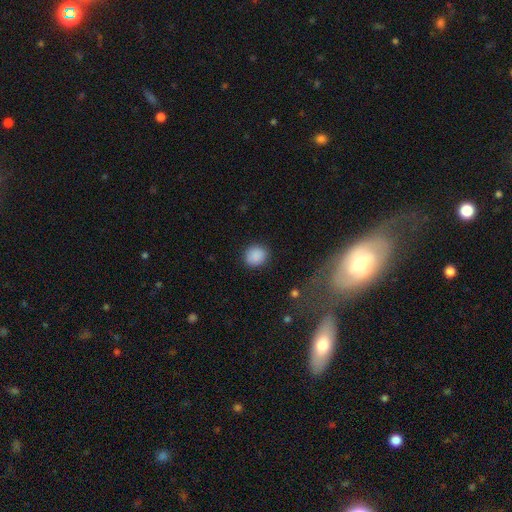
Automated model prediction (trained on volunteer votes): smooth_or_featured: smooth (p=0.88) [alt: star or artifact p=0.08]
how_rounded: round (p=0.78) [alt: in between p=0.21]
merging: none (p=0.86) [alt: minor disturbance p=0.10]